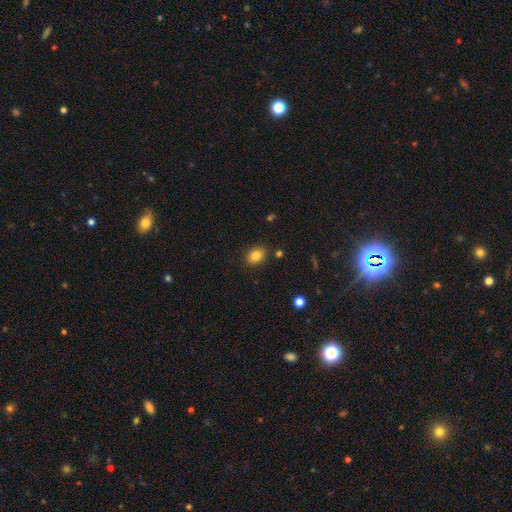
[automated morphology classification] This is clearly a smooth galaxy (83%). How rounded: possibly in between (55%). Merging: clearly none (86%).